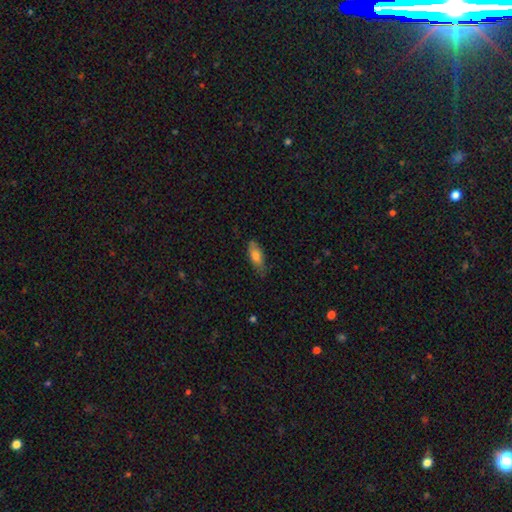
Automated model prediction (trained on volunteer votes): This appears to be a smooth galaxy with no disk features (75%) that is in between round and cigar-shaped (74%). Merging: none (71%).